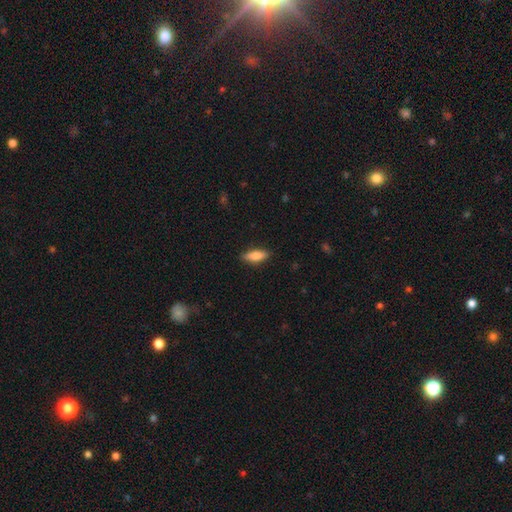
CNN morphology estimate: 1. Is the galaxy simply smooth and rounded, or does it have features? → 79% smooth, 15% featured or disk, 6% star or artifact.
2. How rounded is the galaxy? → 69% in between, 29% cigar-shaped, 2% round.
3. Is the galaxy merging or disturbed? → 87% none, 10% minor disturbance, 2% major disturbance, 1% merger.